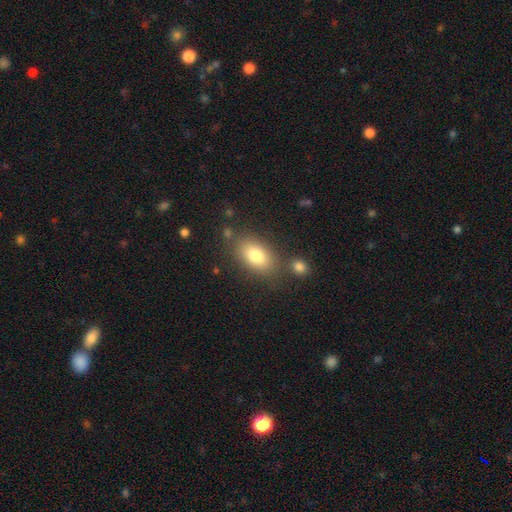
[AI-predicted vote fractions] Smooth or featured: smooth — 80% (featured or disk — 12%)
How rounded: in between — 87% (round — 11%)
Merging: none — 75% (minor disturbance — 12%)